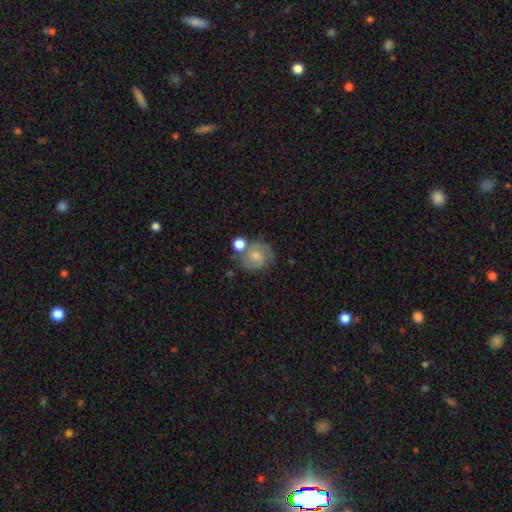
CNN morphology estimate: Q: Smooth or featured?
A: featured or disk (58%); runner-up: smooth (34%)
Q: Edge-on disk?
A: no (97%); runner-up: yes (3%)
Q: Bar?
A: no (57%); runner-up: weak (37%)
Q: Spiral arms?
A: yes (89%); runner-up: no (11%)
Q: Spiral winding?
A: medium (46%); runner-up: tight (38%)
Q: Spiral arm count?
A: 2 (73%); runner-up: can't tell (14%)
Q: Bulge size?
A: small (51%); runner-up: moderate (36%)
Q: Merging?
A: none (56%); runner-up: merger (19%)